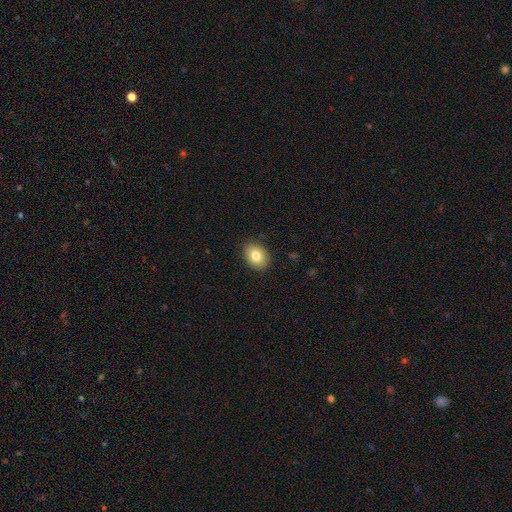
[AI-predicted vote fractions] Smooth or featured? Predicted: smooth (p=0.80). How rounded? Predicted: in between (p=0.72). Merging? Predicted: none (p=0.88).